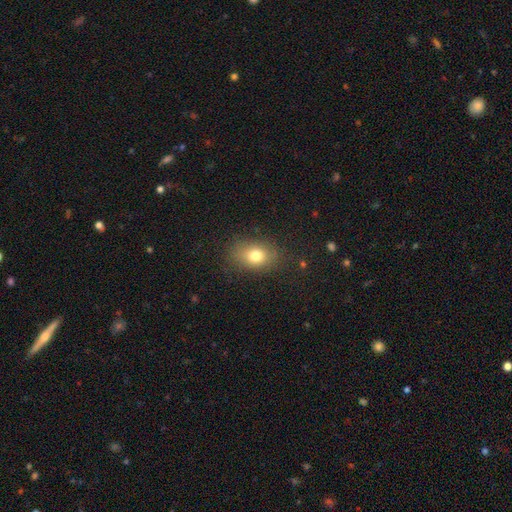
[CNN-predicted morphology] A smooth galaxy with no disk features (77%) that is in between round and cigar-shaped (67%). Merging: none (80%).